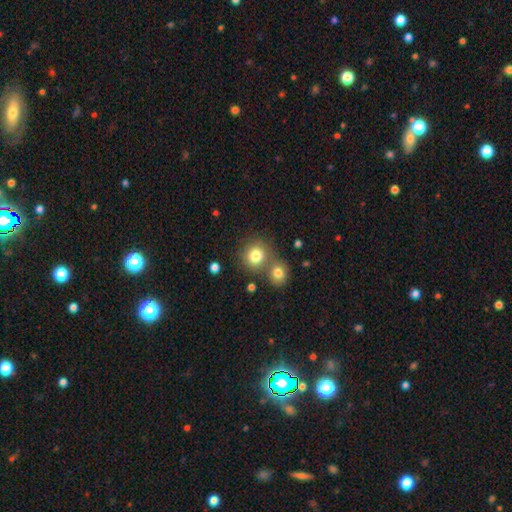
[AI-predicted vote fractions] This appears to be a smooth galaxy with no disk features (80%) that is round (85%). Merging: none (56%).